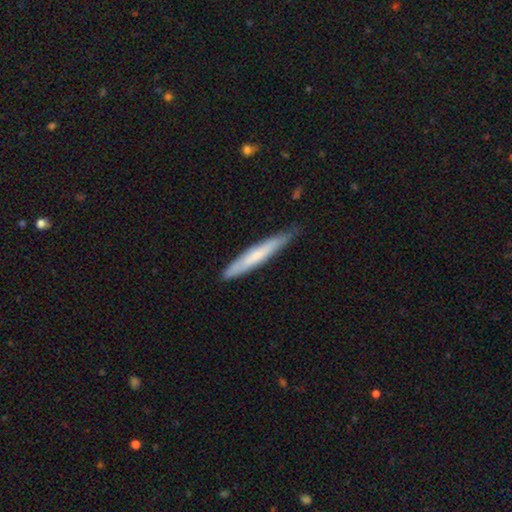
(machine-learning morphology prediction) Smooth or featured?
  - smooth: 63% *
  - featured or disk: 32%
  - star or artifact: 5%
How rounded?
  - cigar-shaped: 95% *
  - in between: 4%
  - round: 1%
Merging?
  - none: 77% *
  - minor disturbance: 20%
  - major disturbance: 2%
  - merger: 1%